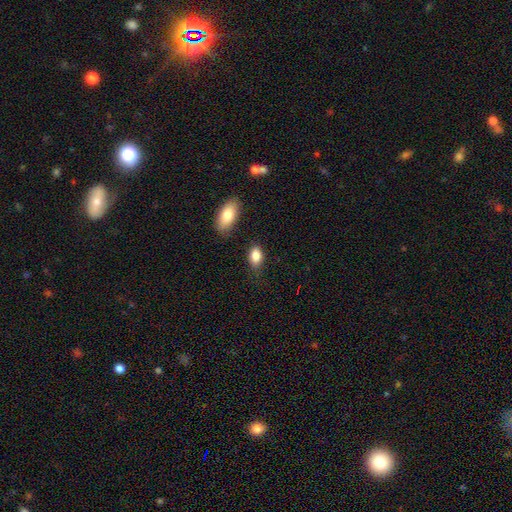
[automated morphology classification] smooth_or_featured: smooth (p=0.86) [alt: star or artifact p=0.08]
how_rounded: in between (p=0.87) [alt: round p=0.10]
merging: none (p=0.74) [alt: minor disturbance p=0.18]